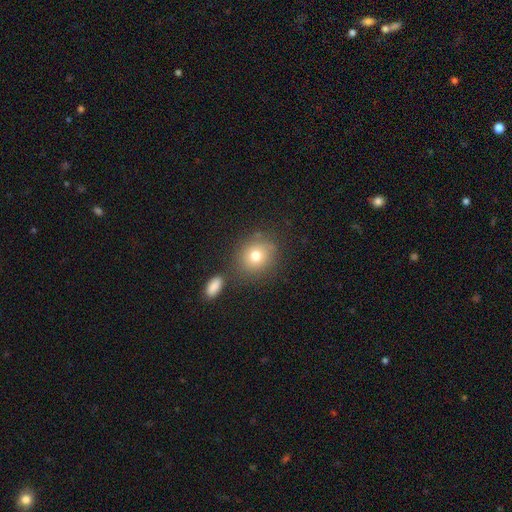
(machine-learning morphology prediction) Smooth or featured? smooth (76%)
How rounded? round (74%)
Merging? none (74%)